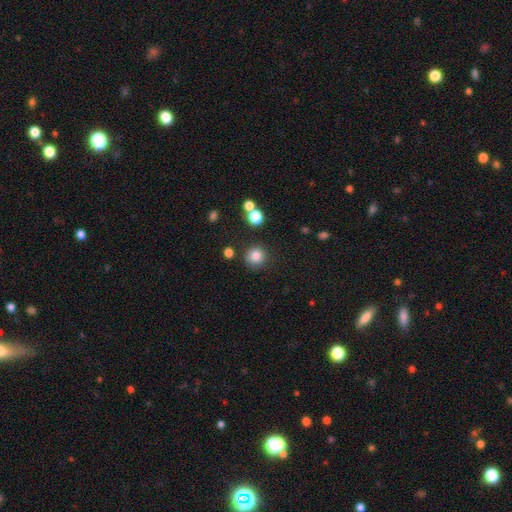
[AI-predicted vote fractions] This appears to be a smooth galaxy with no disk features (83%) that is round (91%). Merging: none (82%).